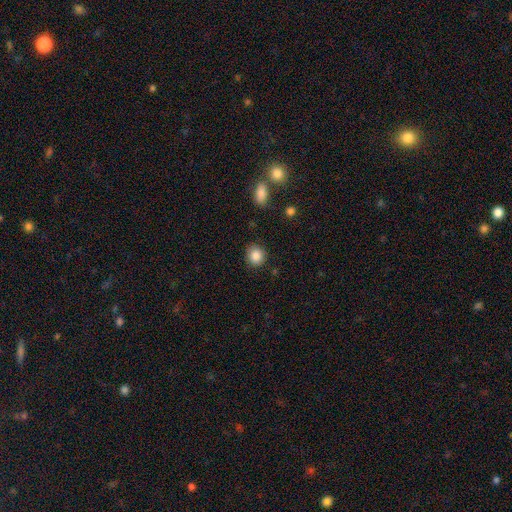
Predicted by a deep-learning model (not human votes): The model was most divided on "how rounded": round: 79%, in between: 20%, cigar-shaped: 1%. More confident: merging — none (87%); smooth or featured — smooth (86%).